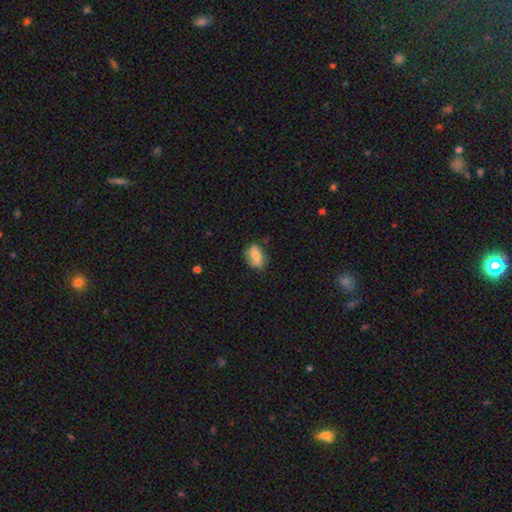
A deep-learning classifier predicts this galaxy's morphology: This is likely a smooth galaxy (63%). How rounded: clearly in between (82%). Merging: likely none (61%).